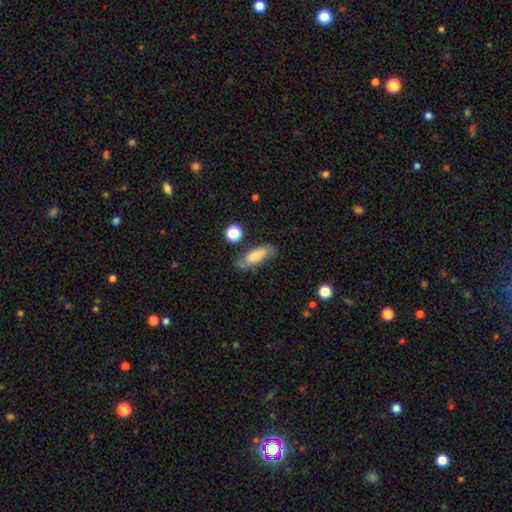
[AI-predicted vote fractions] A smooth galaxy with no disk features (66%) that is in between round and cigar-shaped (72%).

Vote fractions:
- Smooth or featured? smooth: 66% / featured or disk: 26% / star or artifact: 8%
- How rounded? in between: 72% / cigar-shaped: 25% / round: 3%
- Merging? none: 68% / minor disturbance: 20% / major disturbance: 7% / merger: 5%